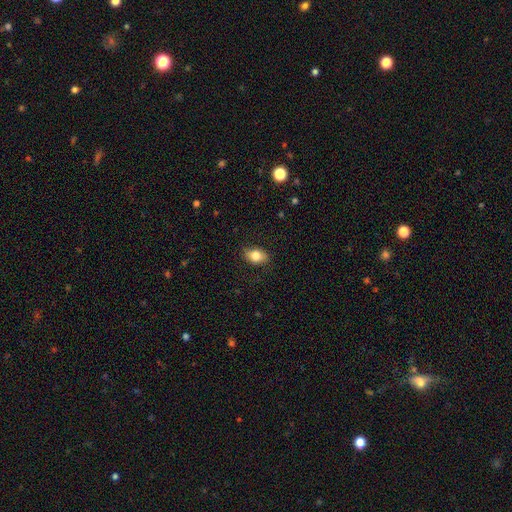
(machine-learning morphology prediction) Smooth or featured? Predicted: smooth (p=0.81). How rounded? Predicted: in between (p=0.80). Merging? Predicted: none (p=0.83).